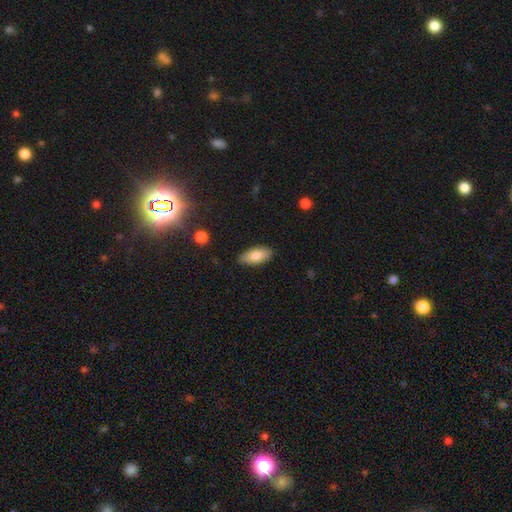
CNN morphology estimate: Smooth or featured?
  - smooth: 79% *
  - featured or disk: 14%
  - star or artifact: 7%
How rounded?
  - in between: 87% *
  - cigar-shaped: 11%
  - round: 3%
Merging?
  - none: 85% *
  - minor disturbance: 12%
  - major disturbance: 2%
  - merger: 1%